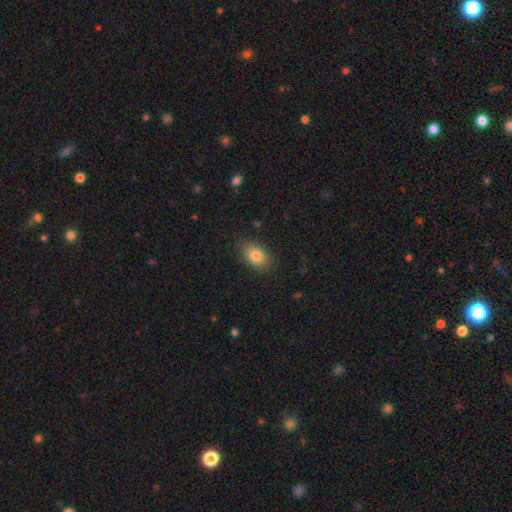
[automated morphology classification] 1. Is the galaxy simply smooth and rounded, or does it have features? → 84% smooth, 8% star or artifact, 8% featured or disk.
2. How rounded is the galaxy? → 83% in between, 16% round, 1% cigar-shaped.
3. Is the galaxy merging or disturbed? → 84% none, 12% minor disturbance, 3% major disturbance, 1% merger.